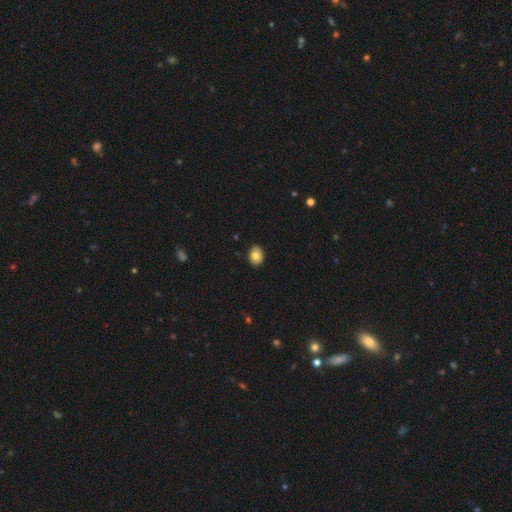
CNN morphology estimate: type=smooth (79%); roundness=in between (64%); merging=none (89%).